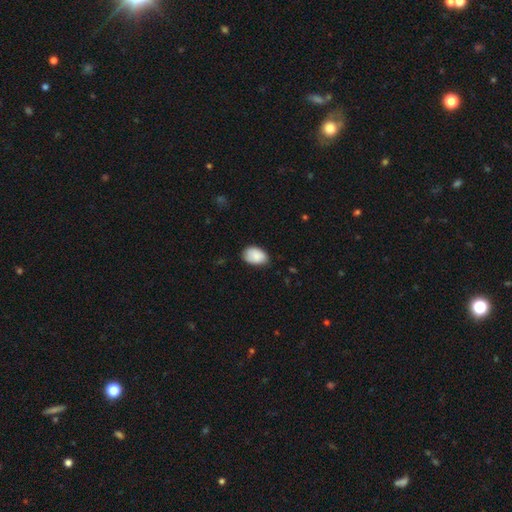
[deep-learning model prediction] Q: Smooth or featured?
A: smooth (88%); runner-up: star or artifact (7%)
Q: How rounded?
A: in between (86%); runner-up: round (13%)
Q: Merging?
A: none (70%); runner-up: minor disturbance (25%)